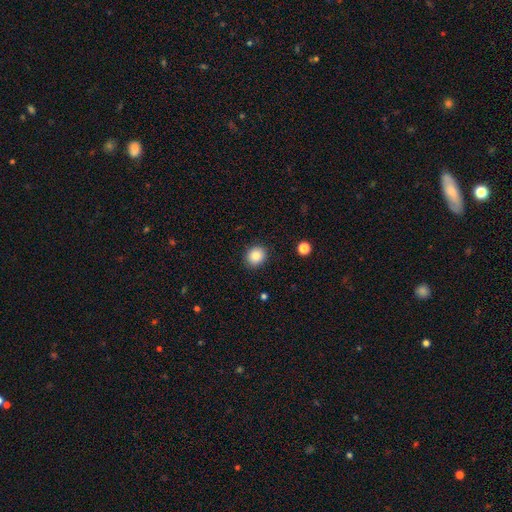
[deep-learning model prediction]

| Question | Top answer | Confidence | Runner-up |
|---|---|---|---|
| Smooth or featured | smooth | 85% | star or artifact (9%) |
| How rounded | round | 73% | in between (26%) |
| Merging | none | 89% | minor disturbance (7%) |